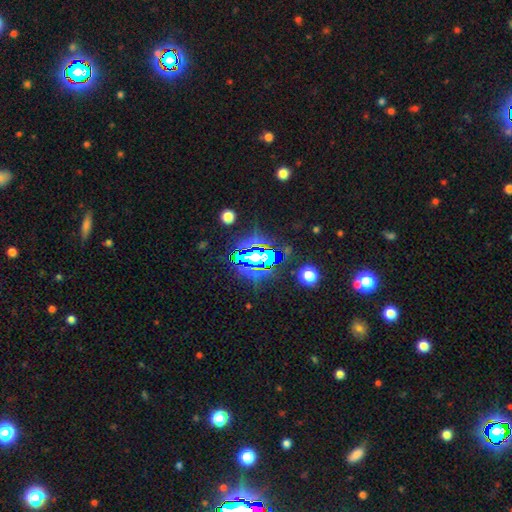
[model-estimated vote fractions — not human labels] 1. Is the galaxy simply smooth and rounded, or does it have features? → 66% star or artifact, 21% smooth, 13% featured or disk.